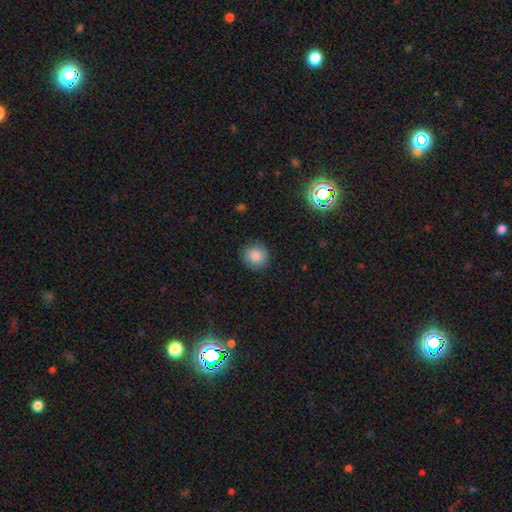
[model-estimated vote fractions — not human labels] smooth 85%, star or artifact 9%, featured or disk 6%. Down the decision tree: how rounded — round (90%); merging — none (87%).